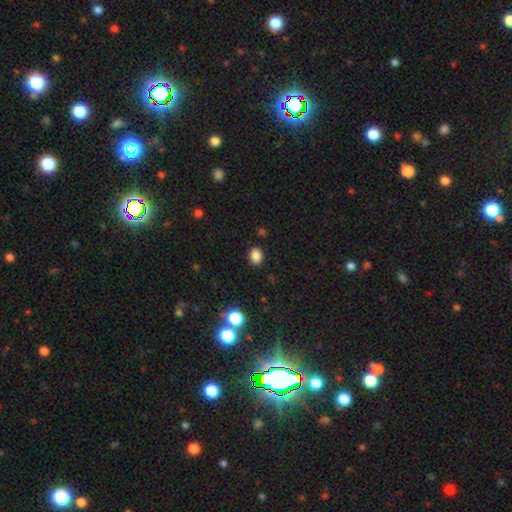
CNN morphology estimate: type=smooth (85%); roundness=in between (51%); merging=none (88%).